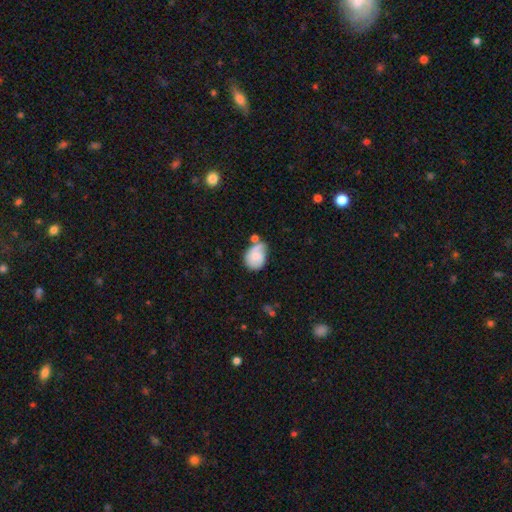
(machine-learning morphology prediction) smooth 54%, featured or disk 38%, star or artifact 8%. Down the decision tree: how rounded — in between (61%); merging — none (36%).